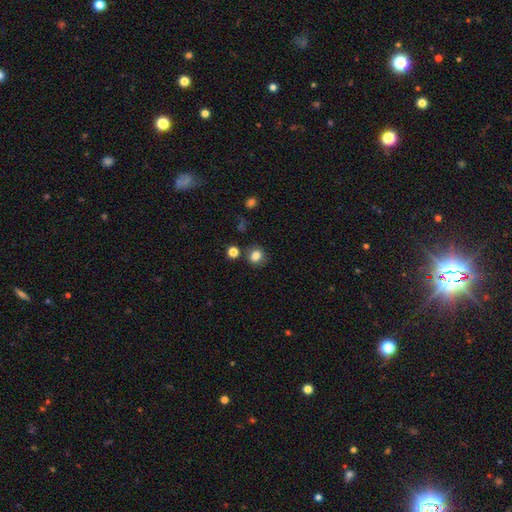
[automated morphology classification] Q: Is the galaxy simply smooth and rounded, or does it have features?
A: smooth — 82%.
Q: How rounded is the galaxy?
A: round — 78%.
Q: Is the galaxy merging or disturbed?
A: none — 81%.